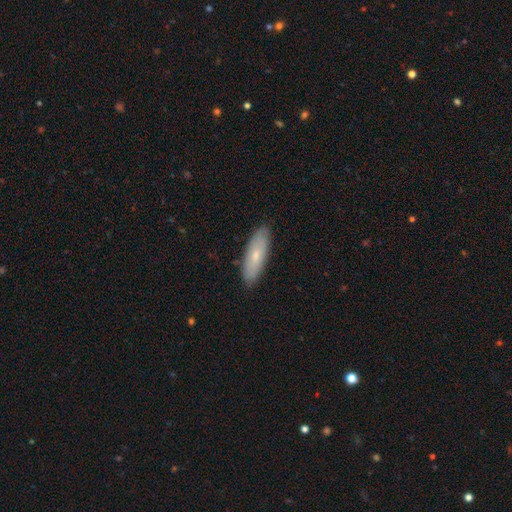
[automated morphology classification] Overall: smooth (70%). How rounded: in between (52%; cigar-shaped 47%). Merging: none (88%).